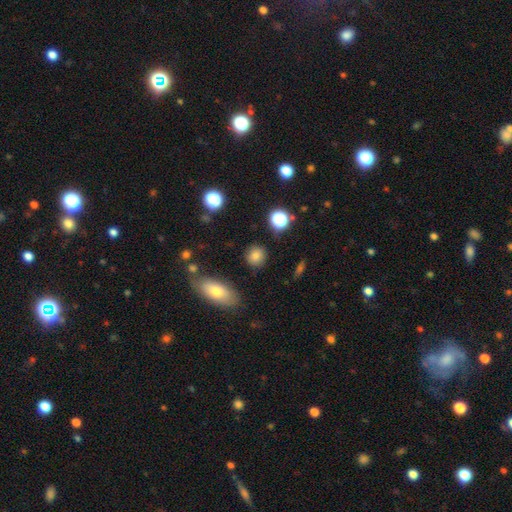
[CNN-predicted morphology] type=smooth (81%); roundness=round (83%); merging=none (87%).